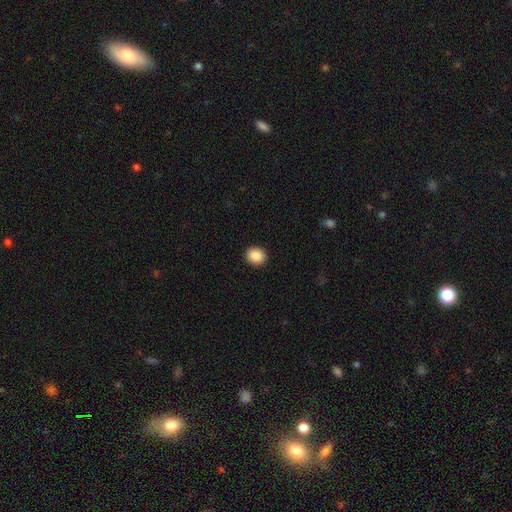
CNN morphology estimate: A smooth galaxy with no disk features (89%) that is round (70%).

Vote fractions:
- Smooth or featured? smooth: 89% / star or artifact: 8% / featured or disk: 3%
- How rounded? round: 70% / in between: 29% / cigar-shaped: 1%
- Merging? none: 92% / minor disturbance: 6% / major disturbance: 2% / merger: 1%